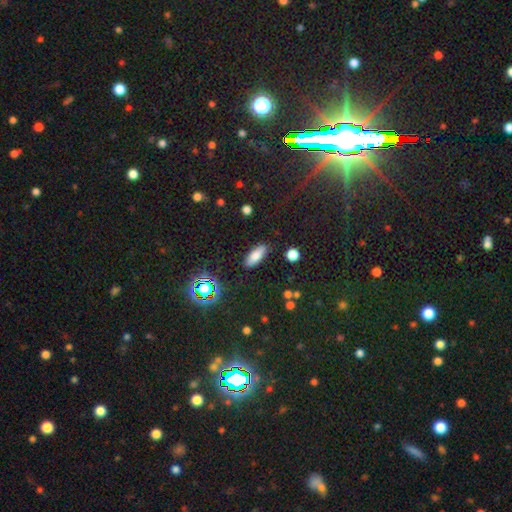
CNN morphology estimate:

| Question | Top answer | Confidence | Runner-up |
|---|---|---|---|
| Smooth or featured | smooth | 77% | featured or disk (12%) |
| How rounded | in between | 72% | cigar-shaped (25%) |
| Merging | none | 85% | minor disturbance (10%) |